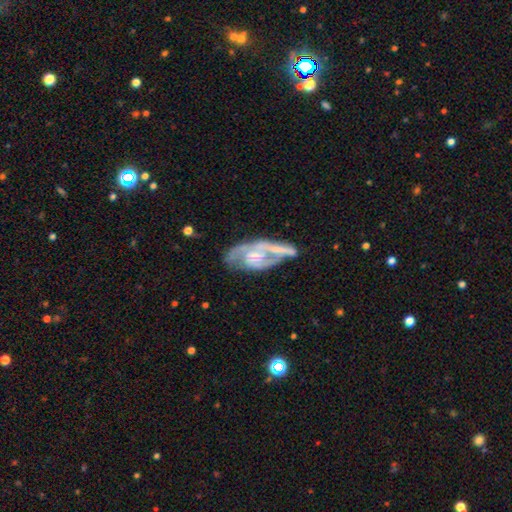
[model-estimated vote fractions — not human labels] This appears to be a featured or disk galaxy (80%) with no bar (63%), 2 (56%) medium (43%) spiral arms (82%) and a small central bulge (59%). Merging: none (46%).